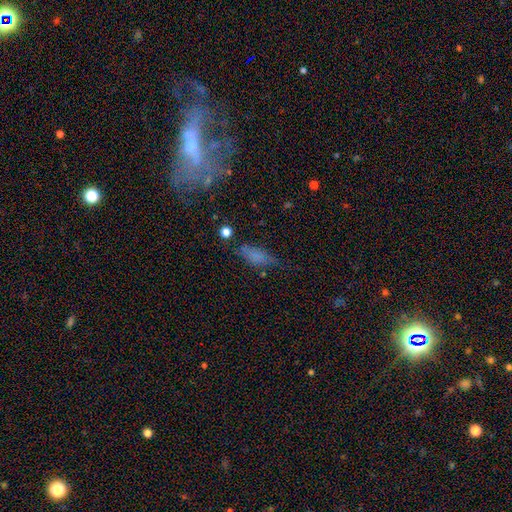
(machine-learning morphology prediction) smooth 64%, featured or disk 21%, star or artifact 15%. Down the decision tree: how rounded — in between (61%); merging — none (56%).